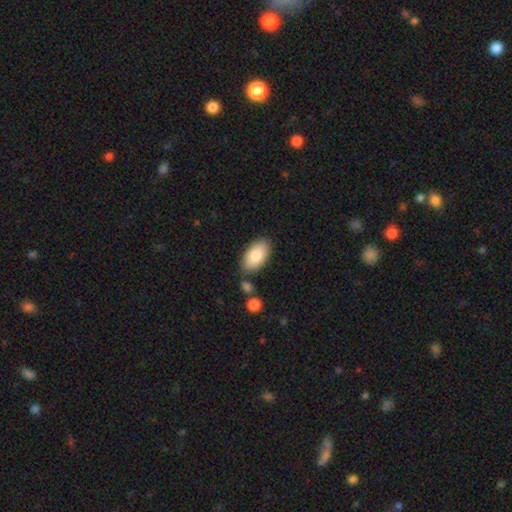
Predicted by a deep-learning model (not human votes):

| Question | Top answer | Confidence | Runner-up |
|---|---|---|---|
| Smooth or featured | smooth | 84% | featured or disk (10%) |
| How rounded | in between | 95% | round (3%) |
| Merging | none | 80% | minor disturbance (12%) |